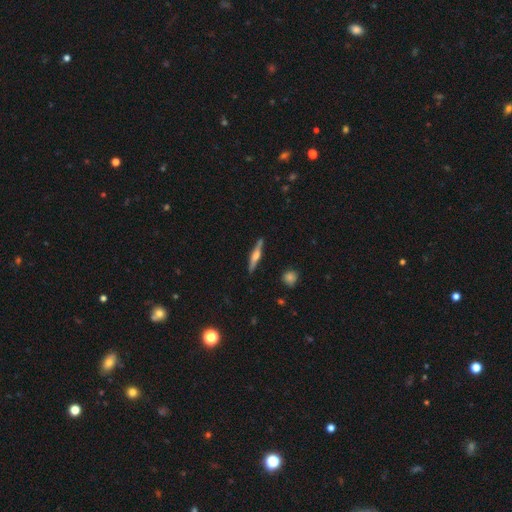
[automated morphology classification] A featured or disk galaxy (66%) viewed edge-on (97%) with a rounded central bulge (82%). Merging: none (89%).